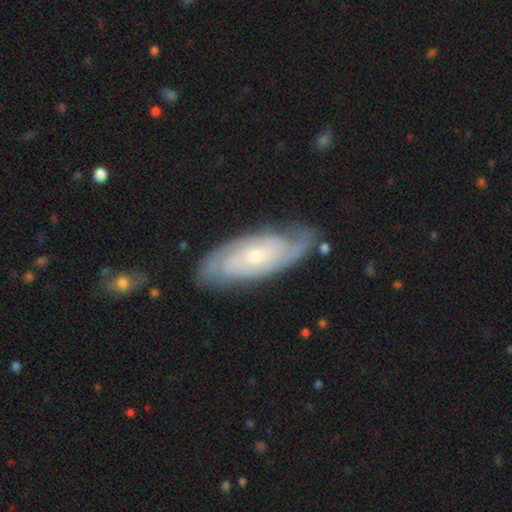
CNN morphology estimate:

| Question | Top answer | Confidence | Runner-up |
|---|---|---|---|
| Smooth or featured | featured or disk | 81% | smooth (14%) |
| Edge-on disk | no | 91% | yes (9%) |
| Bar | no | 66% | weak (28%) |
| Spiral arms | yes | 94% | no (6%) |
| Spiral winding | tight | 64% | medium (29%) |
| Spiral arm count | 2 | 48% | can't tell (31%) |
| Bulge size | small | 52% | moderate (43%) |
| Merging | none | 76% | minor disturbance (18%) |